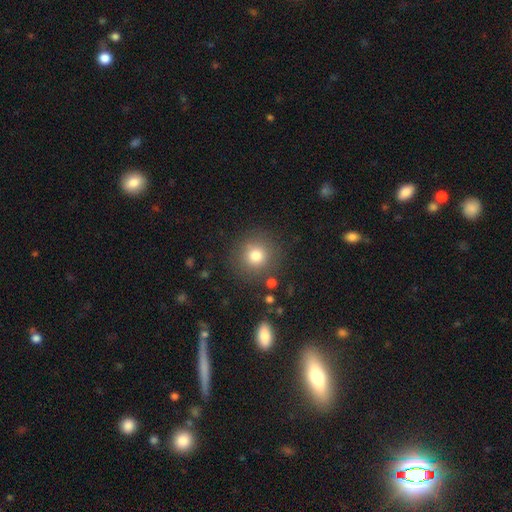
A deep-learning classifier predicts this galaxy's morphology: A smooth galaxy with no disk features (78%) that is round (94%). Merging: none (85%).